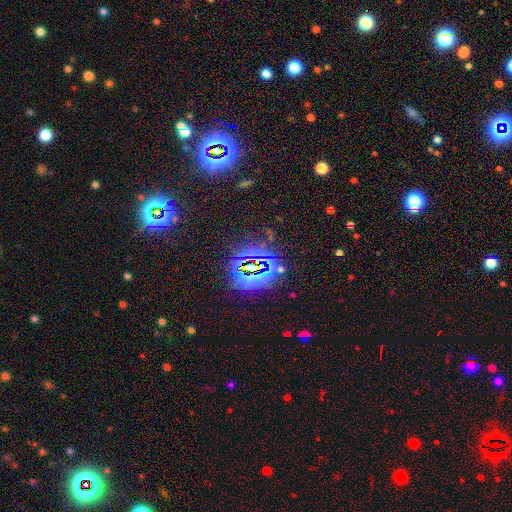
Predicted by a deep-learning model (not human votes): A star or artifact, not a galaxy (81%).

Vote fractions:
- Smooth or featured? star or artifact: 81% / smooth: 10% / featured or disk: 8%